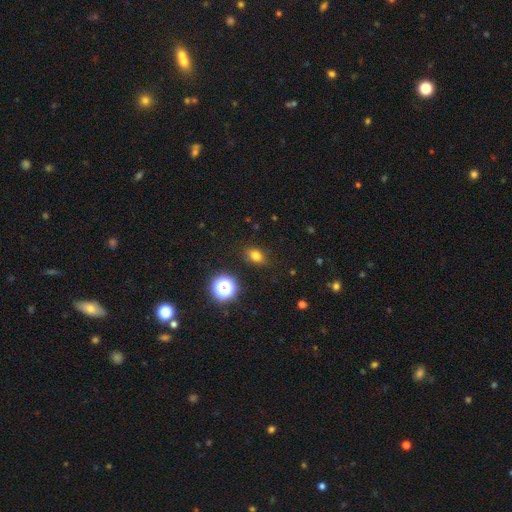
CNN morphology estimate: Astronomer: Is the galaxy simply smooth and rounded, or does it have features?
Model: smooth — 76%.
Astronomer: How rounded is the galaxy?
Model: in between — 69%.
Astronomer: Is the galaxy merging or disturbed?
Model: none — 84%.